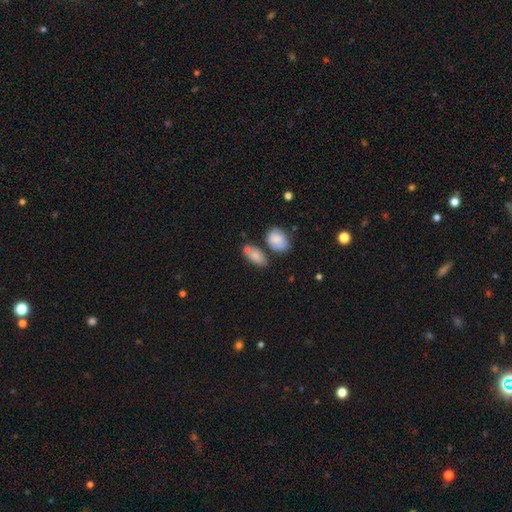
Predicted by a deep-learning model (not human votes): Morphology: type=smooth (80%); roundness=in between (86%); merging=none (51%).